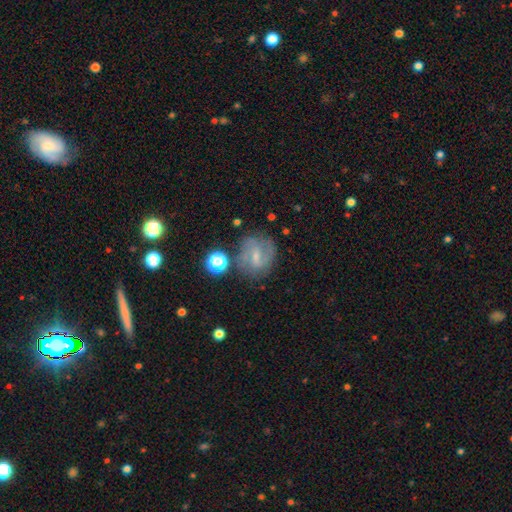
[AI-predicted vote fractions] Smooth or featured: featured or disk — 58% (smooth — 29%)
Edge-on disk: no — 96% (yes — 4%)
Bar: weak — 53% (strong — 27%)
Spiral arms: yes — 78% (no — 22%)
Bulge size: small — 51% (moderate — 24%)
Merging: none — 64% (minor disturbance — 20%)